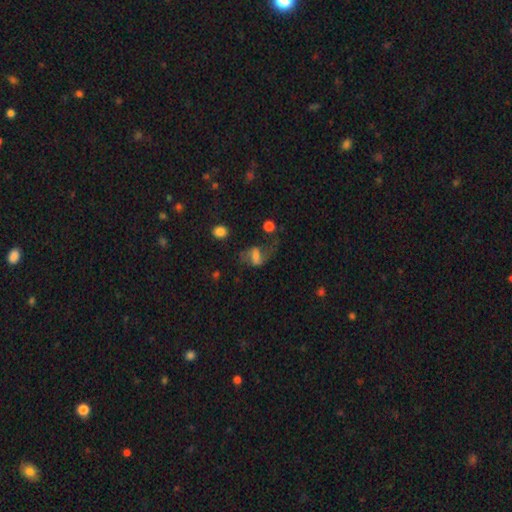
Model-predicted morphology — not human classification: The model was most divided on "smooth or featured": featured or disk: 49%, smooth: 39%, star or artifact: 12%. Remaining: merging — none (47%).